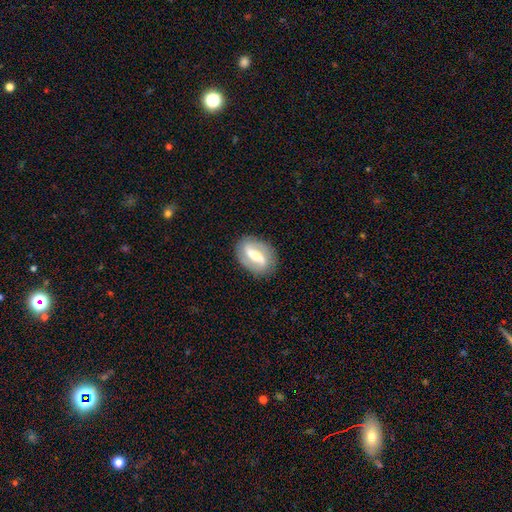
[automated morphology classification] featured or disk 73%, smooth 21%, star or artifact 6%. Down the decision tree: edge-on disk — no (93%); bar — strong (61%); spiral arms — yes (77%); spiral arm count — 2 (86%); spiral winding — medium (39%); bulge size — moderate (57%); merging — none (85%).